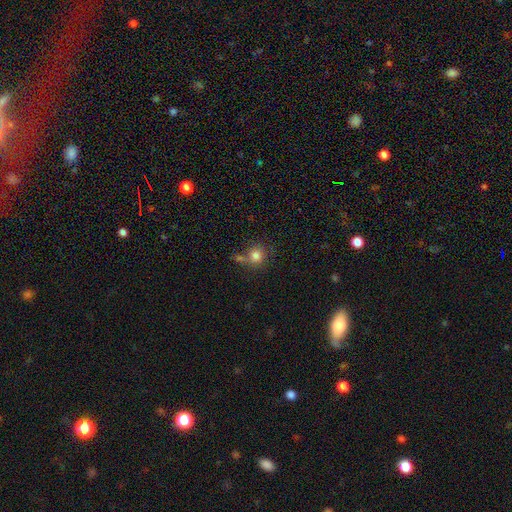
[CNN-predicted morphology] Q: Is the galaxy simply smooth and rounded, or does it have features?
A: smooth — 81%.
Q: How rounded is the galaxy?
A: round — 89%.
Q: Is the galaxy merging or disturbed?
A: none — 61%.